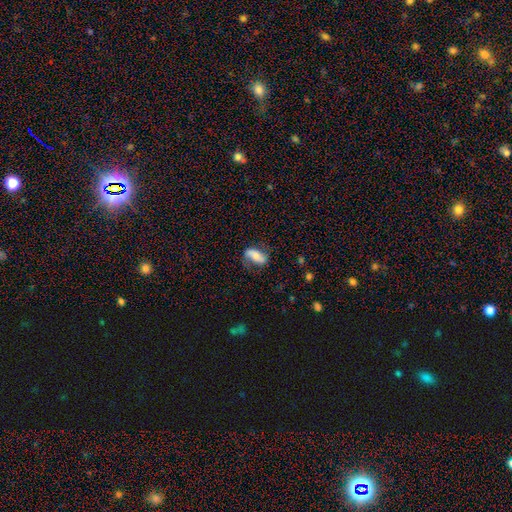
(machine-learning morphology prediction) type=featured or disk (48%); merging=none (65%).